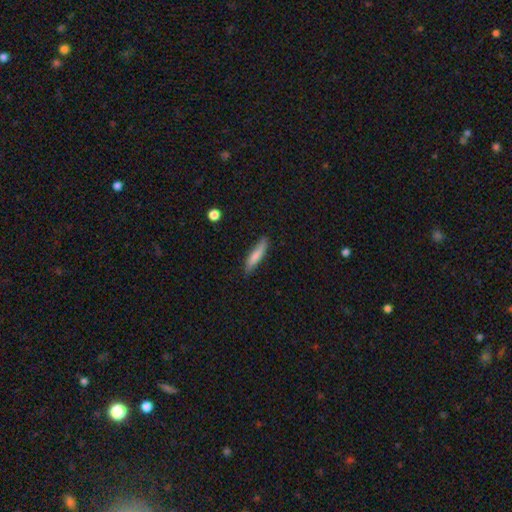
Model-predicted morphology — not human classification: A smooth galaxy with no disk features (76%) that is cigar-shaped (84%). Merging: none (76%).